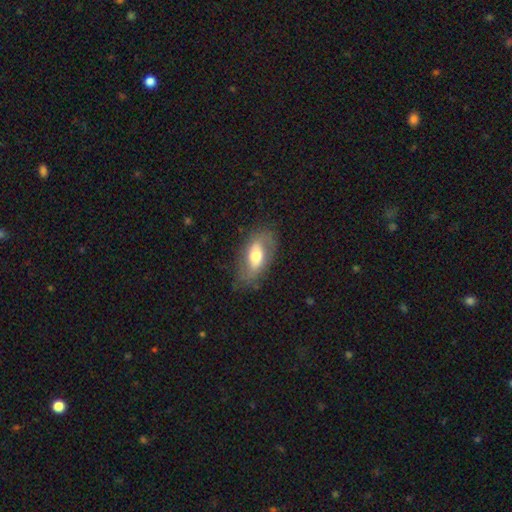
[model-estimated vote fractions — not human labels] A featured or disk galaxy (53%). Merging: none (73%).